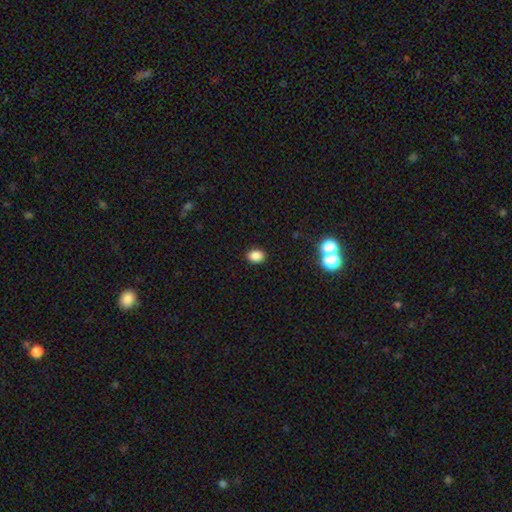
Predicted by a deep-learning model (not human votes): smooth-or-featured: smooth: 85% | star or artifact: 11% | featured or disk: 3%
  how-rounded: in between: 71% | round: 27% | cigar-shaped: 1%
  merging: none: 89% | minor disturbance: 8% | major disturbance: 2% | merger: 1%